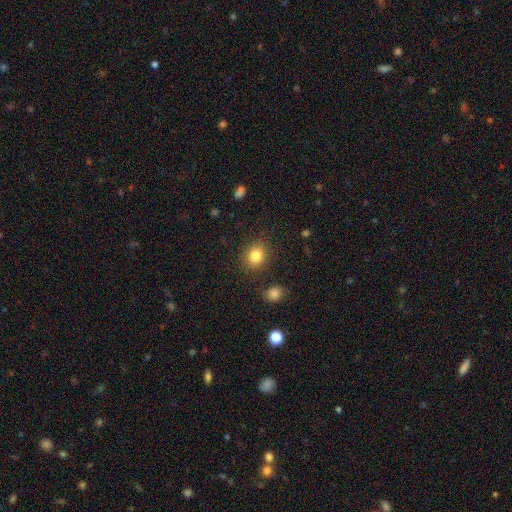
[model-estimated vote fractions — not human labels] Morphology: type=smooth (83%); roundness=round (65%); merging=none (85%).